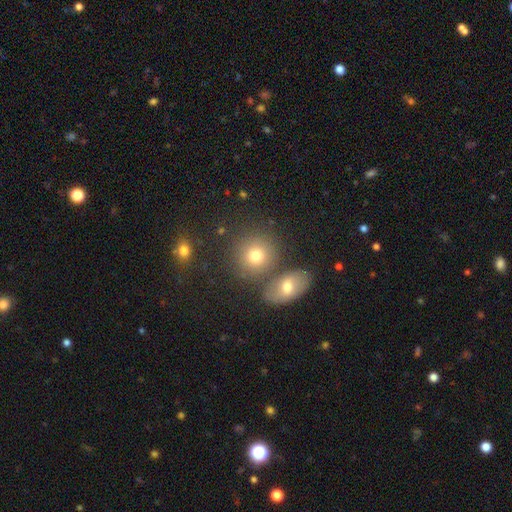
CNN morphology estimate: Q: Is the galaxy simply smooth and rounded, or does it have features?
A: smooth — 74%.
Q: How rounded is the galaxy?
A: round — 80%.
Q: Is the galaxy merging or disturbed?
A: none — 67%.